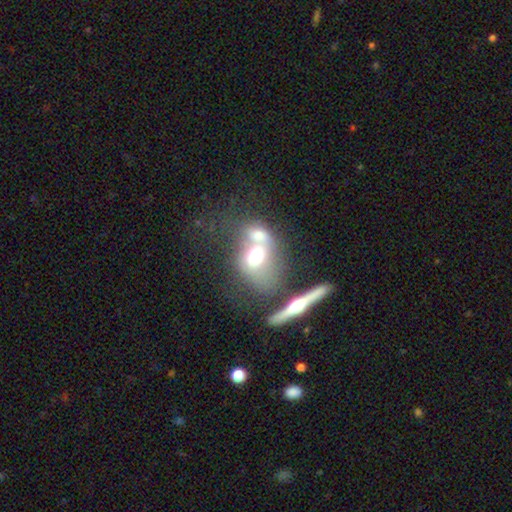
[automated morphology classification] Smooth or featured: smooth — 58% (featured or disk — 31%)
How rounded: in between — 64% (round — 32%)
Merging: merger — 59% (none — 24%)